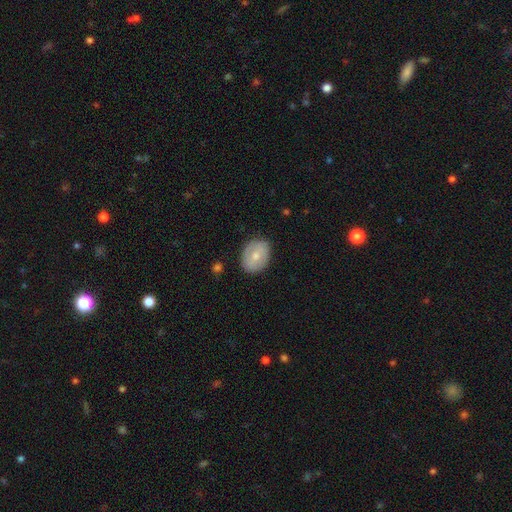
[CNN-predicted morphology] smooth_or_featured: smooth (p=0.64) [alt: featured or disk p=0.29]
how_rounded: in between (p=0.57) [alt: round p=0.42]
merging: none (p=0.84) [alt: minor disturbance p=0.12]